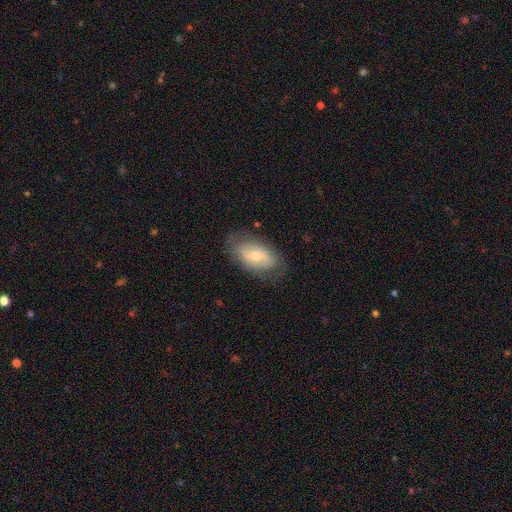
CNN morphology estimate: type=featured or disk (47%); merging=none (74%).